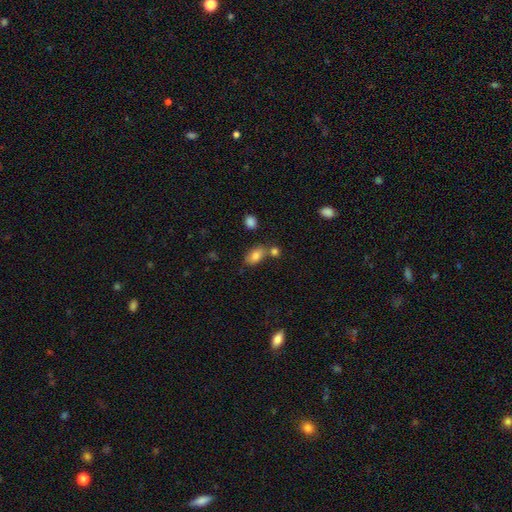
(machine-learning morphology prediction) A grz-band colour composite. It shows a smooth galaxy with no disk features (80%) that is in between round and cigar-shaped (85%). Merging: none (61%).